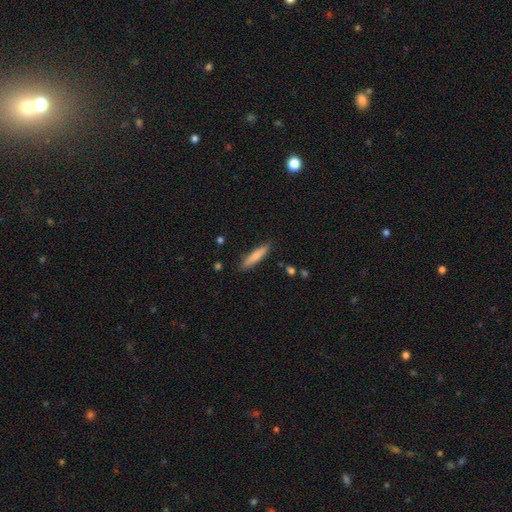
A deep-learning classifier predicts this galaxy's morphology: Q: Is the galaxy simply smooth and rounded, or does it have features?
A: smooth — 78%.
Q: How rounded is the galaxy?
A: cigar-shaped — 84%.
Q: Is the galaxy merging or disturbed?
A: none — 86%.